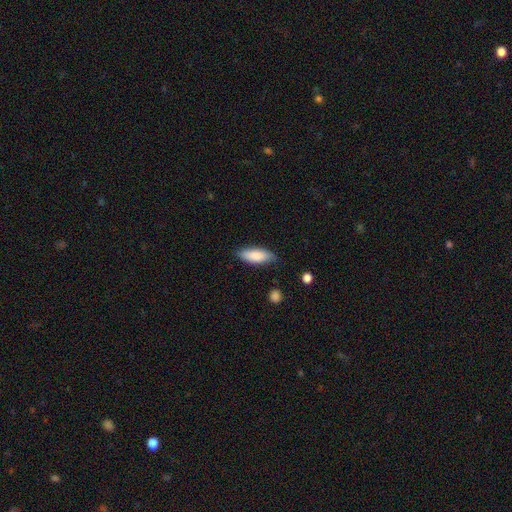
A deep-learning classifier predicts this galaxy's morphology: A smooth galaxy with no disk features (83%) that is in between round and cigar-shaped (71%).

Vote fractions:
- Smooth or featured? smooth: 83% / featured or disk: 11% / star or artifact: 6%
- How rounded? in between: 71% / cigar-shaped: 27% / round: 2%
- Merging? none: 79% / minor disturbance: 16% / major disturbance: 3% / merger: 2%